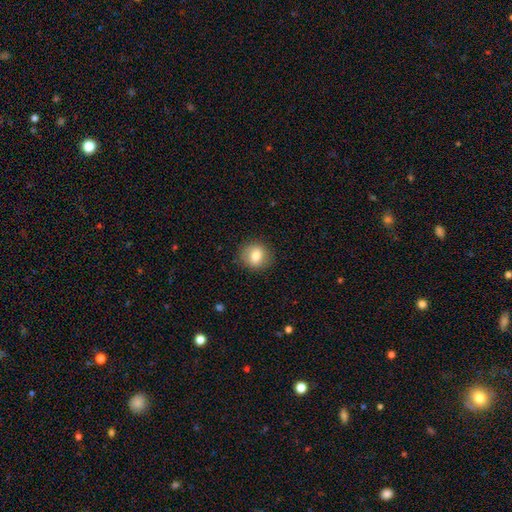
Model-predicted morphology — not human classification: This appears to be a smooth galaxy with no disk features (78%) that is round (81%). Merging: none (87%).